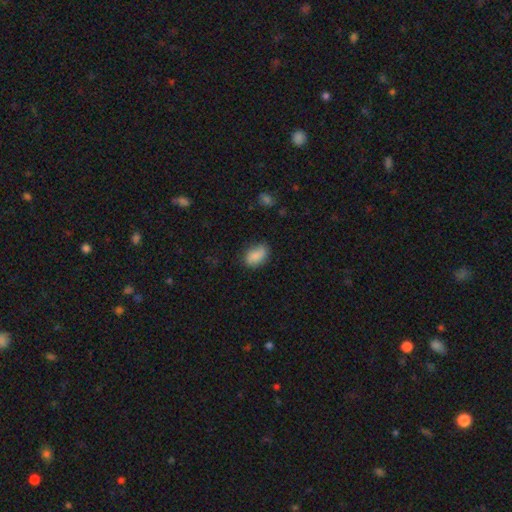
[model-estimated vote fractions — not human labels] Smooth or featured?
  - smooth: 81% *
  - featured or disk: 11%
  - star or artifact: 8%
How rounded?
  - in between: 89% *
  - round: 9%
  - cigar-shaped: 2%
Merging?
  - none: 68% *
  - minor disturbance: 24%
  - major disturbance: 6%
  - merger: 2%